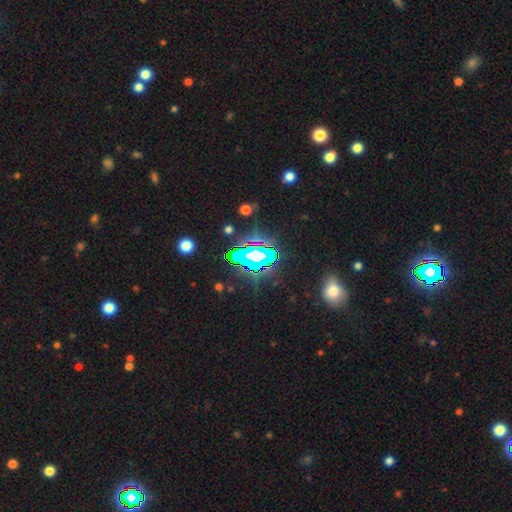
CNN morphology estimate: smooth-or-featured: star or artifact: 70% | smooth: 16% | featured or disk: 15%